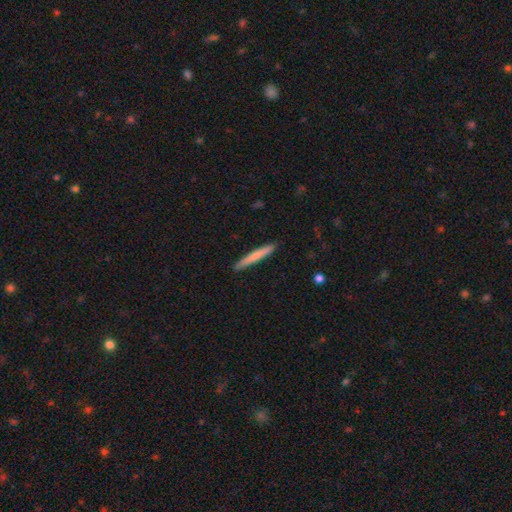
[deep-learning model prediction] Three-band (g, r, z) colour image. It shows a smooth galaxy with no disk features (71%) that is cigar-shaped (96%). Merging: none (90%).